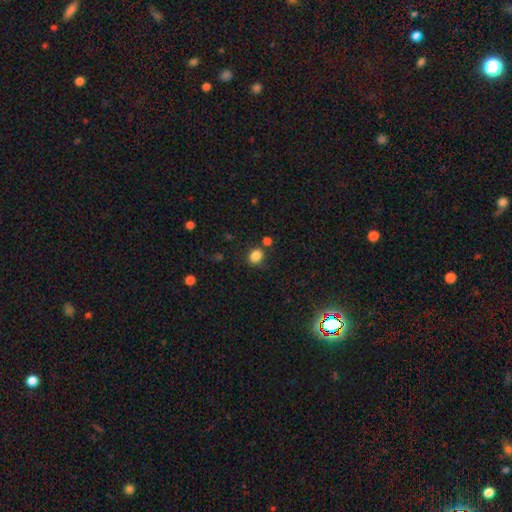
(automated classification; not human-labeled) A smooth galaxy with no disk features (84%) that is round (59%).

Vote fractions:
- Smooth or featured? smooth: 84% / star or artifact: 11% / featured or disk: 4%
- How rounded? round: 59% / in between: 40% / cigar-shaped: 1%
- Merging? none: 74% / minor disturbance: 14% / merger: 8% / major disturbance: 4%